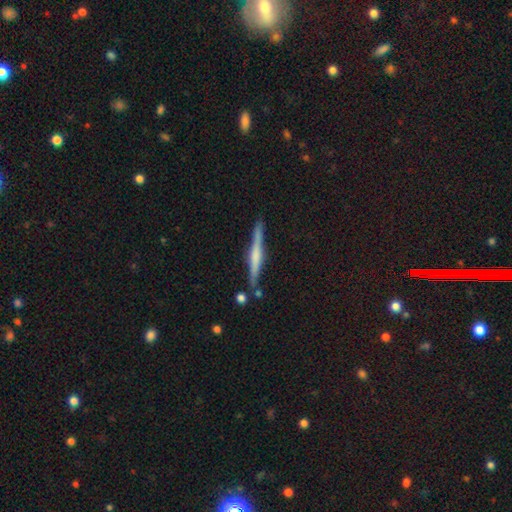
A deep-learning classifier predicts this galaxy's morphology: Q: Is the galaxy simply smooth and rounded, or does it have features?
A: featured or disk — 68%.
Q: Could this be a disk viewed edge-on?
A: yes — 98%.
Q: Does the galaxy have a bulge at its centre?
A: rounded — 55%.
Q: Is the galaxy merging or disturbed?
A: none — 86%.